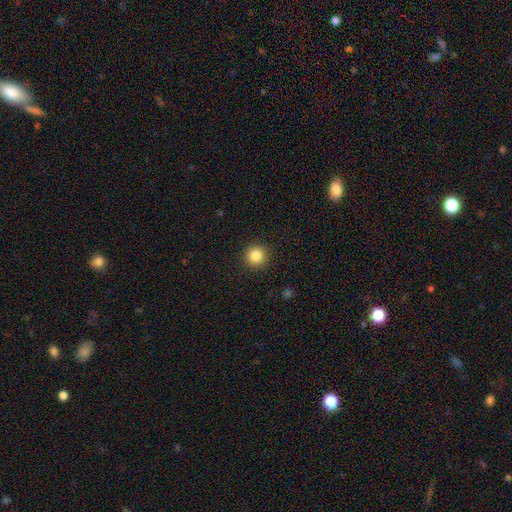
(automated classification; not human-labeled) Smooth or featured: smooth — 84% (star or artifact — 11%)
How rounded: round — 95% (in between — 4%)
Merging: none — 92% (minor disturbance — 5%)